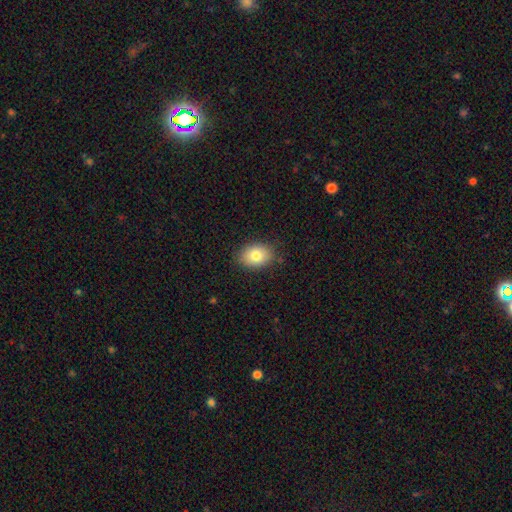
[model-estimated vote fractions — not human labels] This appears to be a smooth galaxy with no disk features (80%) that is in between round and cigar-shaped (74%). Merging: none (85%).